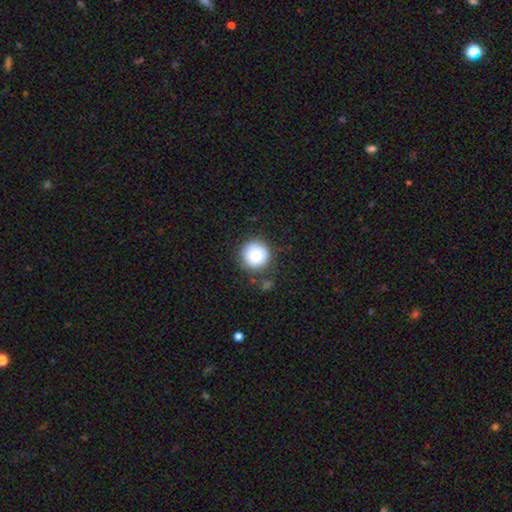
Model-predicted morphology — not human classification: Smooth or featured?
  - smooth: 78% *
  - featured or disk: 13%
  - star or artifact: 9%
How rounded?
  - round: 95% *
  - in between: 4%
  - cigar-shaped: 1%
Merging?
  - none: 80% *
  - minor disturbance: 13%
  - major disturbance: 4%
  - merger: 3%